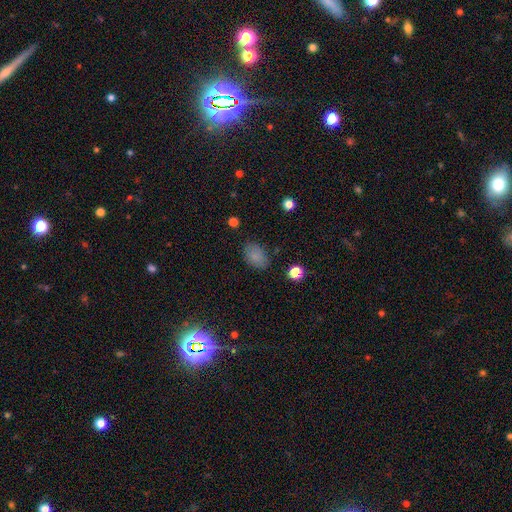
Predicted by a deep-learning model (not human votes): A smooth galaxy with no disk features (83%) that is in between round and cigar-shaped (86%).

Vote fractions:
- Smooth or featured? smooth: 83% / star or artifact: 11% / featured or disk: 6%
- How rounded? in between: 86% / round: 13% / cigar-shaped: 1%
- Merging? none: 80% / minor disturbance: 14% / major disturbance: 4% / merger: 2%